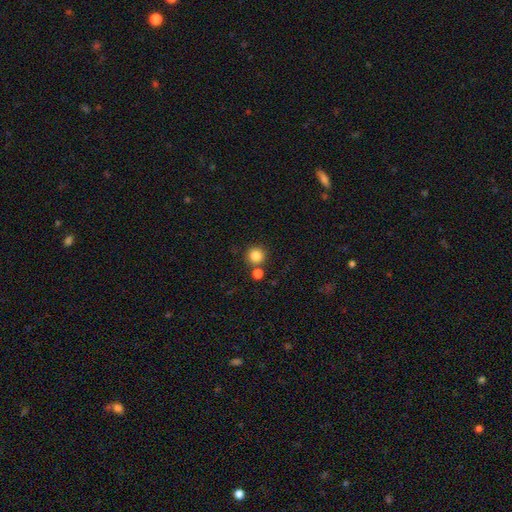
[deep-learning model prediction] This appears to be a smooth galaxy with no disk features (84%) that is round (94%). Merging: none (76%).